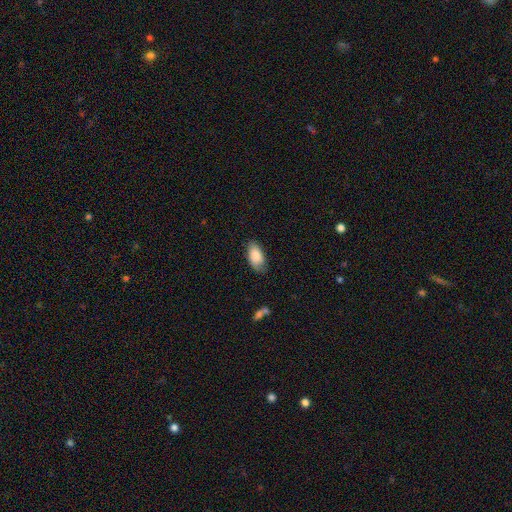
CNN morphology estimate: A smooth galaxy with no disk features (83%) that is in between round and cigar-shaped (94%). Merging: none (69%).